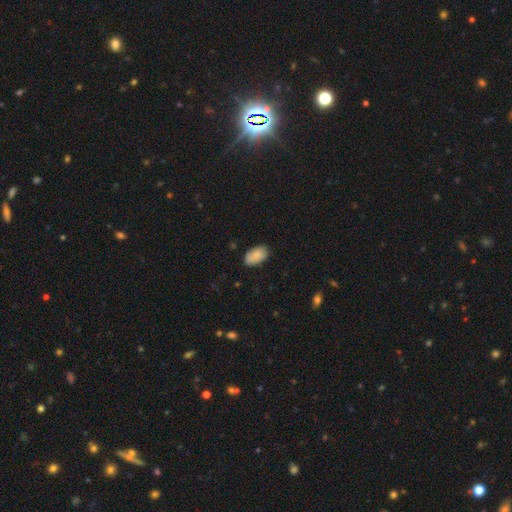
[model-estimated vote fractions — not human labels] The model was most divided on "merging": none: 80%, minor disturbance: 16%, major disturbance: 3%, merger: 1%. More confident: how rounded — in between (94%); smooth or featured — smooth (88%).